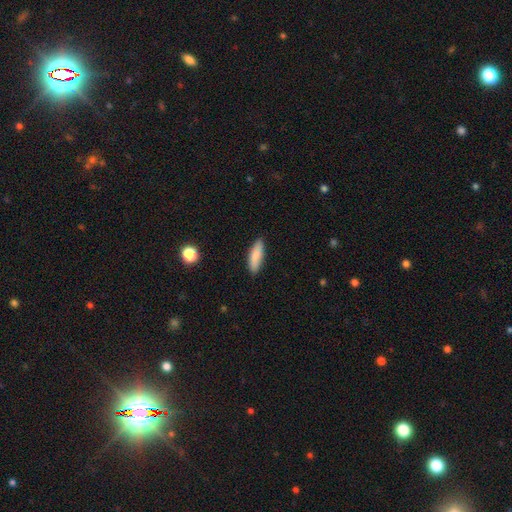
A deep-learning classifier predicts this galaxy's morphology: smooth 85%, featured or disk 9%, star or artifact 6%. Down the decision tree: how rounded — cigar-shaped (49%, tied with in between); merging — none (85%).